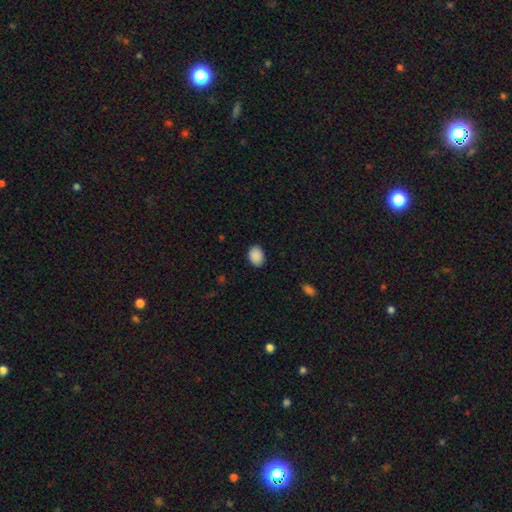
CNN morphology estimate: smooth_or_featured: smooth (p=0.90) [alt: star or artifact p=0.07]
how_rounded: in between (p=0.74) [alt: round p=0.25]
merging: none (p=0.87) [alt: minor disturbance p=0.10]